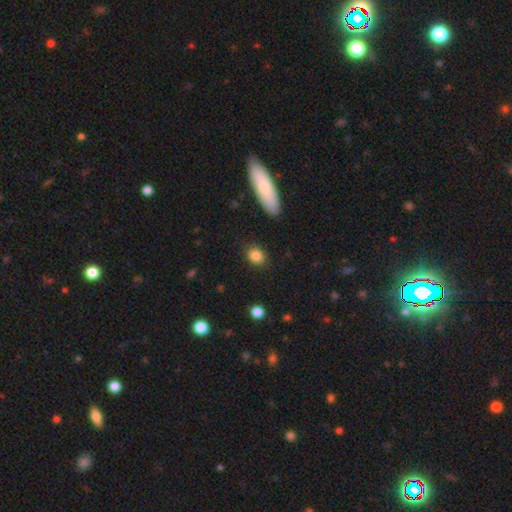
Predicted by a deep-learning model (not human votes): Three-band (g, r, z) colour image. It shows a smooth galaxy with no disk features (85%) that is round (52%). Merging: none (83%).